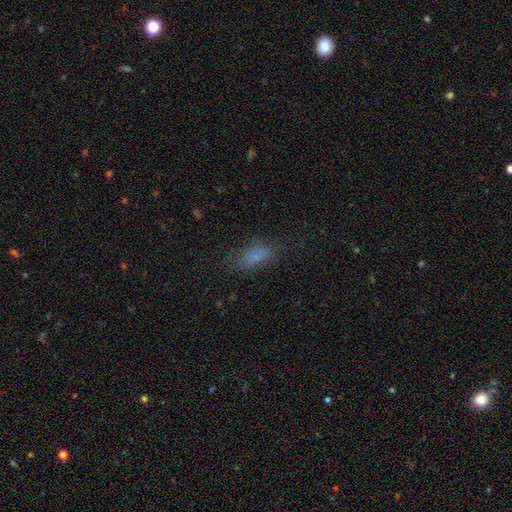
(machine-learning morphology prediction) This appears to be a smooth galaxy with no disk features (74%) that is in between round and cigar-shaped (83%). Merging: none (67%).